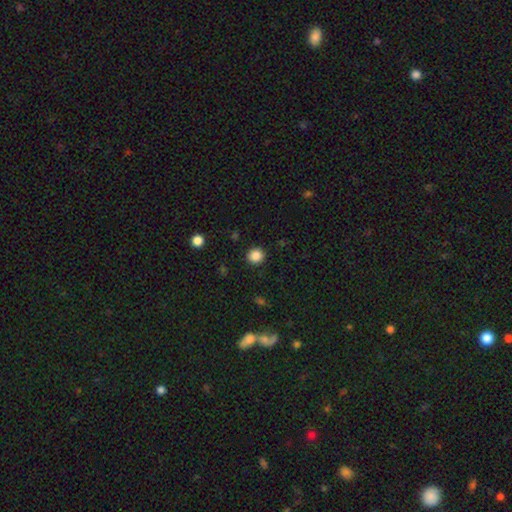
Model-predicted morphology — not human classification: Smooth or featured? smooth (85%)
How rounded? round (90%)
Merging? none (91%)